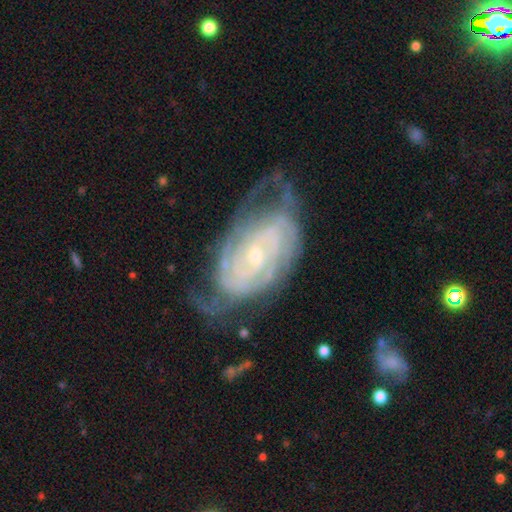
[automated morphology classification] A featured or disk galaxy (86%) with no bar (63%), tight (73%) spiral arms (95%) and a small central bulge (73%). Merging: none (58%).